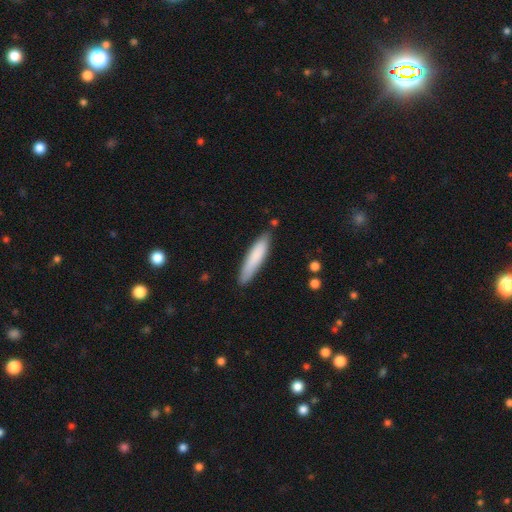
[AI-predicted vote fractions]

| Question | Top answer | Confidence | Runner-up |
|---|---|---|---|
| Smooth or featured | smooth | 81% | featured or disk (13%) |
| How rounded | cigar-shaped | 83% | in between (16%) |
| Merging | none | 82% | minor disturbance (14%) |